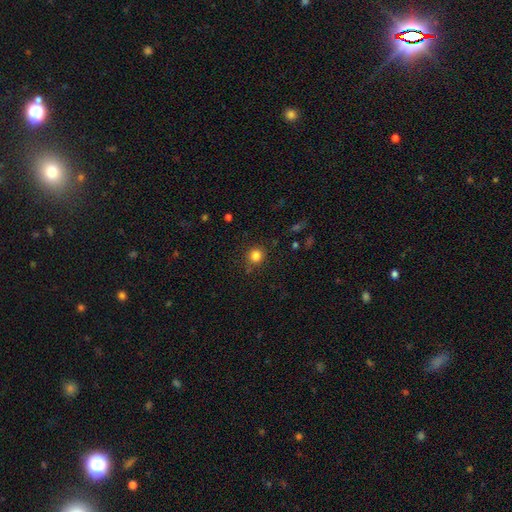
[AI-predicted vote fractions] smooth 83%, star or artifact 13%, featured or disk 5%. Down the decision tree: how rounded — round (91%); merging — none (85%).